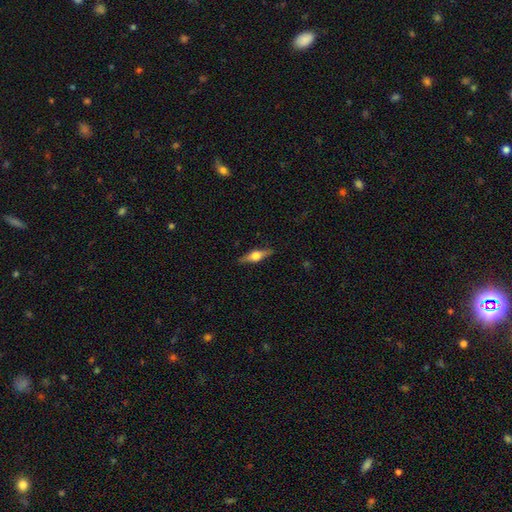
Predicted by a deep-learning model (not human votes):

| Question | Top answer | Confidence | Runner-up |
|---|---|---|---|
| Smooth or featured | featured or disk | 60% | smooth (34%) |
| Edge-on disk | yes | 95% | no (5%) |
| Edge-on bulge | rounded | 94% | boxy (4%) |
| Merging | none | 89% | minor disturbance (8%) |